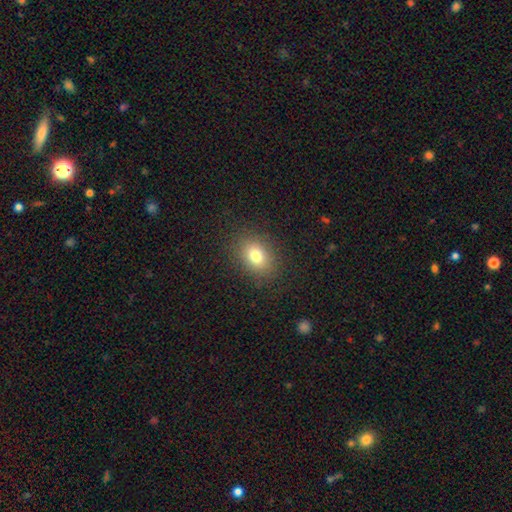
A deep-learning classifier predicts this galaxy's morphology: A smooth galaxy with no disk features (77%) that is in between round and cigar-shaped (59%). Merging: none (87%).